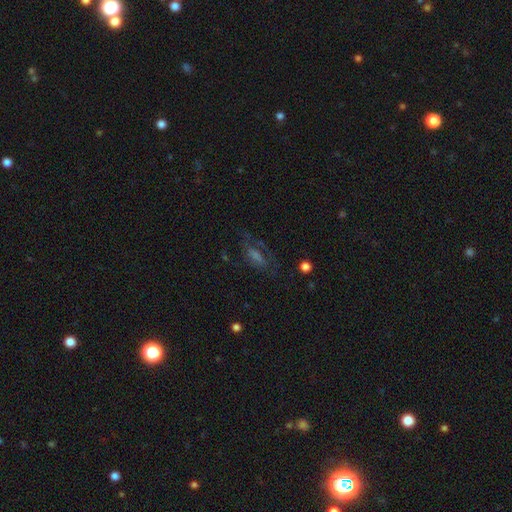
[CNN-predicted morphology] Smooth or featured: featured or disk — 42% (smooth — 32%)
Merging: none — 58% (major disturbance — 20%)